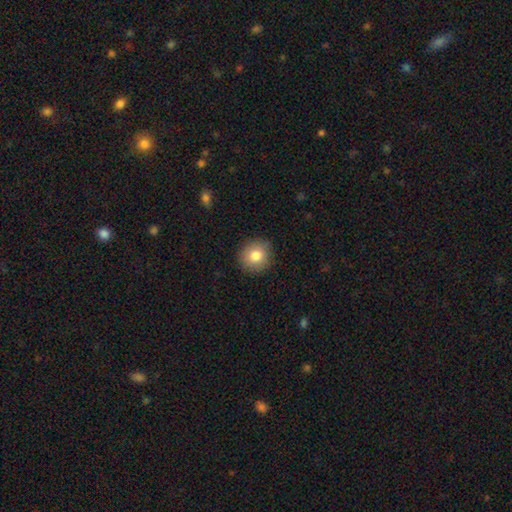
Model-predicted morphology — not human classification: type=smooth (81%); roundness=round (88%); merging=none (88%).